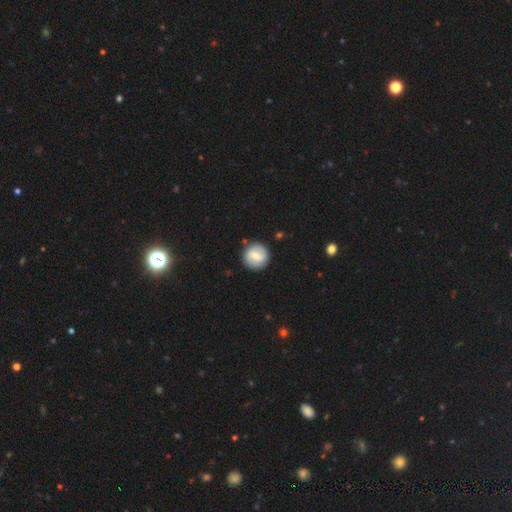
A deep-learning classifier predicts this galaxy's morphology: This is possibly a smooth galaxy (52%). How rounded: clearly round (93%). Merging: clearly none (88%).